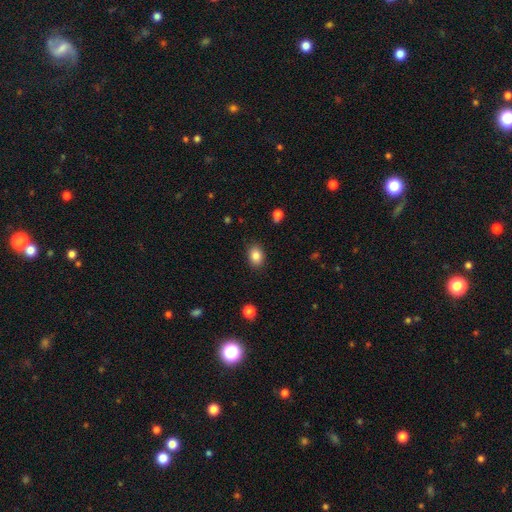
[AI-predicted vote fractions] Q: Smooth or featured?
A: smooth (85%); runner-up: star or artifact (9%)
Q: How rounded?
A: in between (69%); runner-up: round (30%)
Q: Merging?
A: none (87%); runner-up: minor disturbance (9%)